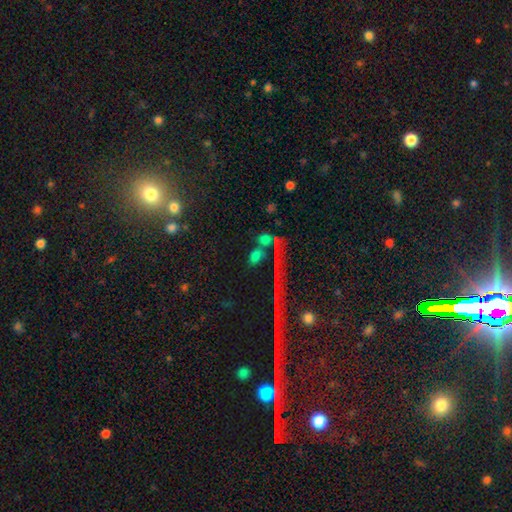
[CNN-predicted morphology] smooth_or_featured: smooth (p=0.56) [alt: star or artifact p=0.33]
how_rounded: in between (p=0.56) [alt: round p=0.36]
merging: none (p=0.59) [alt: merger p=0.20]